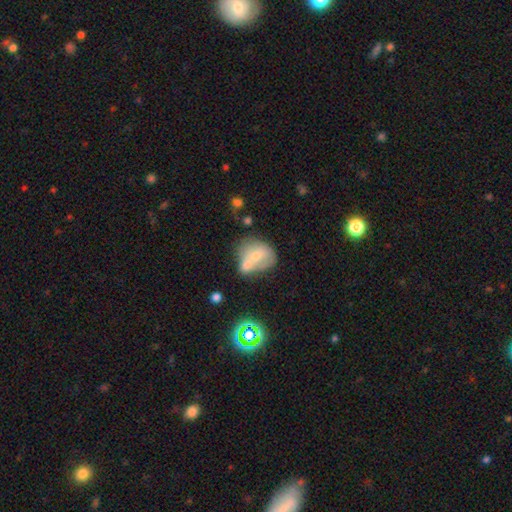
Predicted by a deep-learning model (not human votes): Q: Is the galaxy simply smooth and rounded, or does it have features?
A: smooth — 61%.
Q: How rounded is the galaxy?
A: in between — 50%.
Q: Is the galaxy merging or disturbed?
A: merger — 52%.